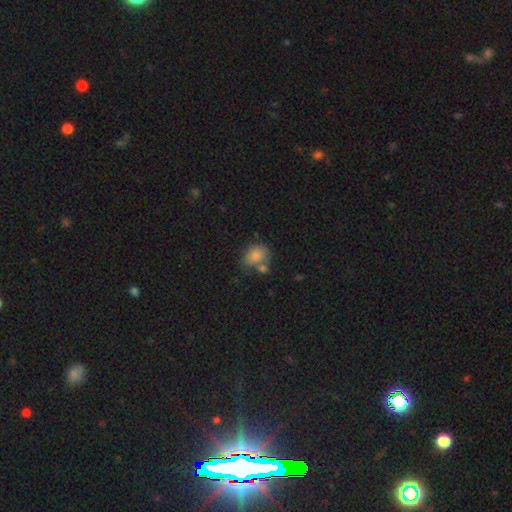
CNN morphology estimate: Q: Smooth or featured?
A: smooth (83%); runner-up: star or artifact (9%)
Q: How rounded?
A: in between (51%); runner-up: round (48%)
Q: Merging?
A: none (51%); runner-up: merger (21%)